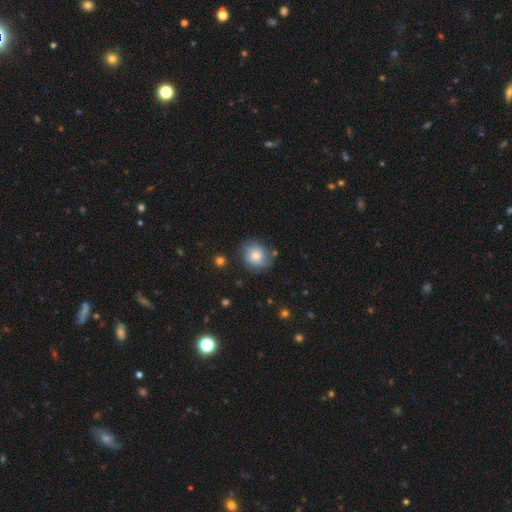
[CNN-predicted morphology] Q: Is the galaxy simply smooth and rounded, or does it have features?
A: smooth — 75%.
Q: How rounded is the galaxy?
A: round — 78%.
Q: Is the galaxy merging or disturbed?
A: none — 75%.